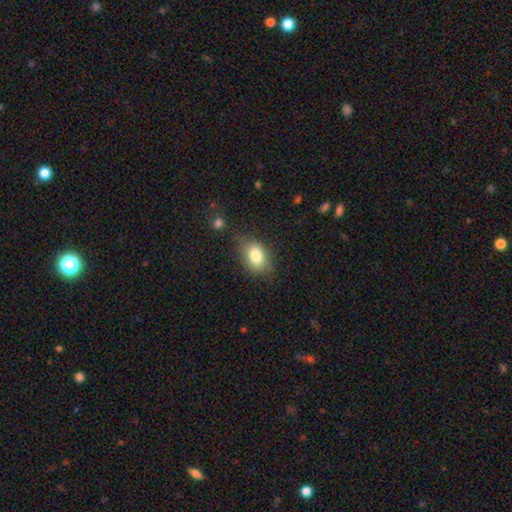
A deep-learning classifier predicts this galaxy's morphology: The model was most divided on "merging": none: 65%, minor disturbance: 24%, major disturbance: 7%, merger: 4%. More confident: smooth or featured — smooth (80%); how rounded — in between (80%).